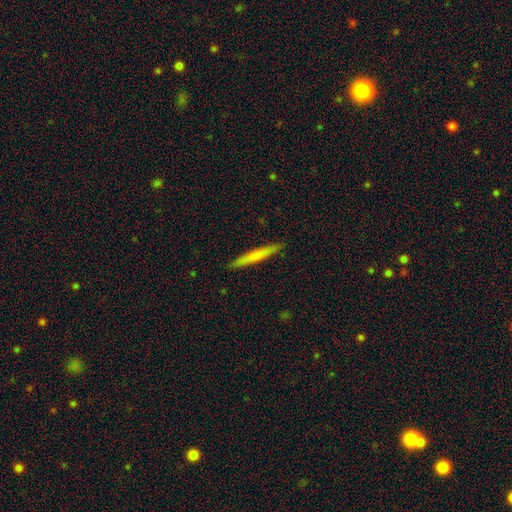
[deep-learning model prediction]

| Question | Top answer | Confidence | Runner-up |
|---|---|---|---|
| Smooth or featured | smooth | 65% | featured or disk (29%) |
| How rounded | cigar-shaped | 96% | in between (3%) |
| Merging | none | 92% | minor disturbance (6%) |